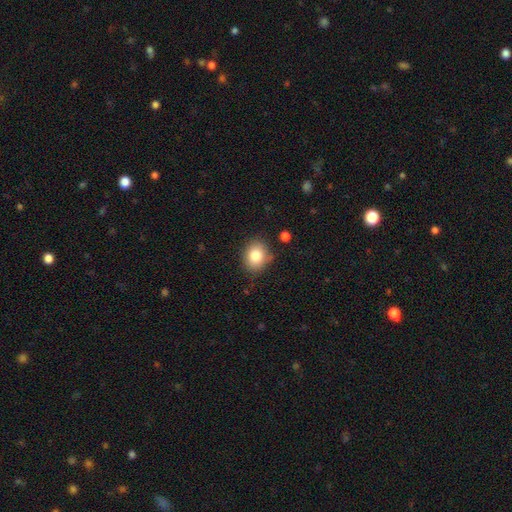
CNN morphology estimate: smooth-or-featured: smooth: 82% | star or artifact: 10% | featured or disk: 8%
  how-rounded: round: 57% | in between: 42% | cigar-shaped: 1%
  merging: none: 81% | minor disturbance: 14% | major disturbance: 3% | merger: 2%